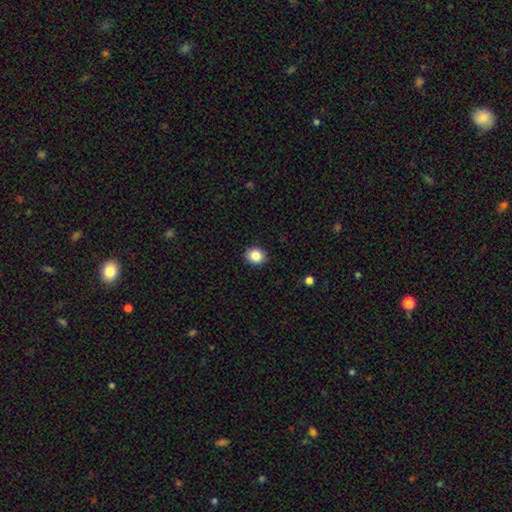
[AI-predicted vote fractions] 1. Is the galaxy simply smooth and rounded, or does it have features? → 85% smooth, 10% star or artifact, 5% featured or disk.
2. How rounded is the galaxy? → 71% round, 29% in between, 1% cigar-shaped.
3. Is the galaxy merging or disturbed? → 91% none, 6% minor disturbance, 2% major disturbance, 1% merger.